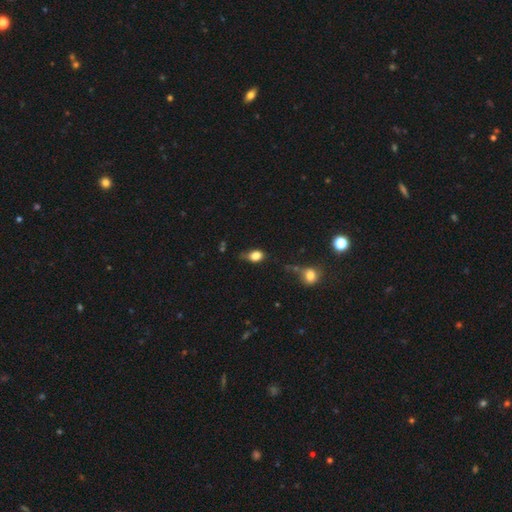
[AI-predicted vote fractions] smooth_or_featured: smooth (p=0.80) [alt: featured or disk p=0.10]
how_rounded: in between (p=0.70) [alt: round p=0.27]
merging: none (p=0.49) [alt: minor disturbance p=0.33]